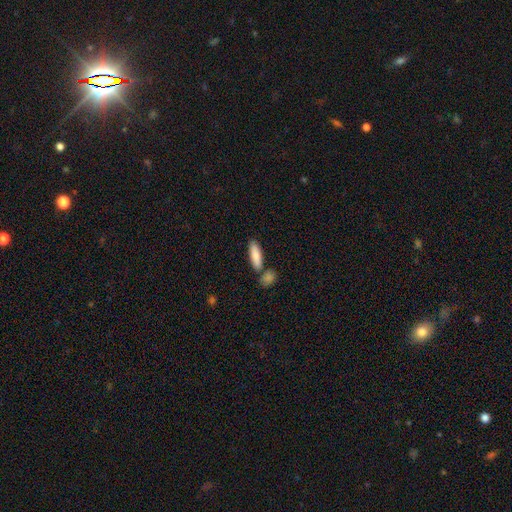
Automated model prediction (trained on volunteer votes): Q: Smooth or featured?
A: smooth (85%); runner-up: featured or disk (9%)
Q: How rounded?
A: in between (50%); runner-up: cigar-shaped (47%)
Q: Merging?
A: none (70%); runner-up: merger (16%)